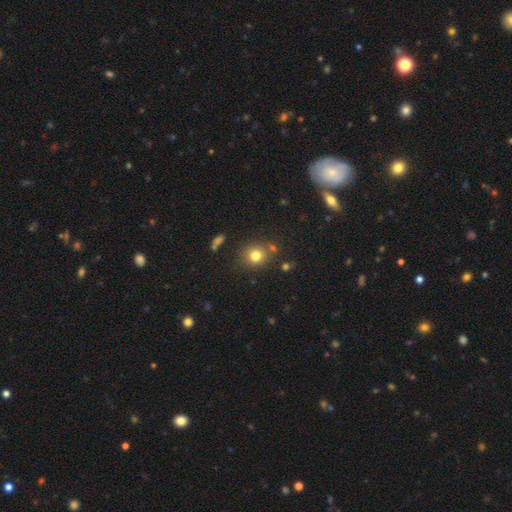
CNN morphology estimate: Smooth or featured? Predicted: smooth (p=0.78). How rounded? Predicted: round (p=0.82). Merging? Predicted: none (p=0.79).